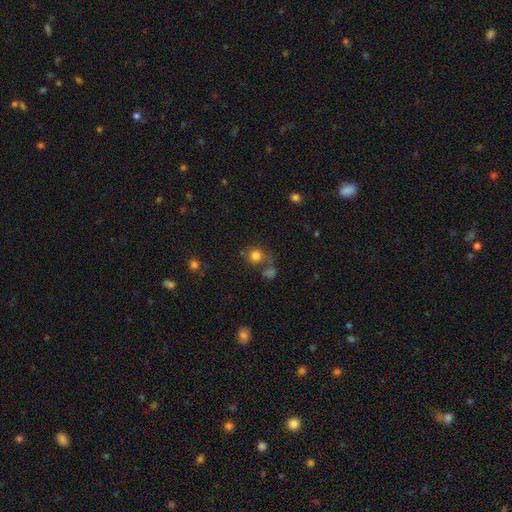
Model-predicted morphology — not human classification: smooth_or_featured: smooth (p=0.78) [alt: star or artifact p=0.14]
how_rounded: round (p=0.88) [alt: in between p=0.11]
merging: none (p=0.60) [alt: merger p=0.19]